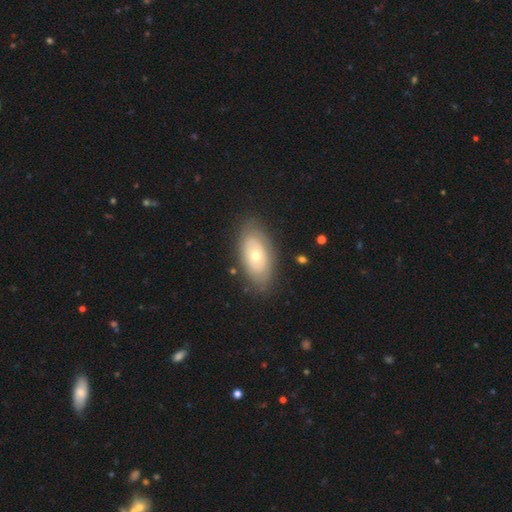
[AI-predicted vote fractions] smooth-or-featured: featured or disk: 48% | smooth: 46% | star or artifact: 6%
  merging: none: 80% | minor disturbance: 14% | major disturbance: 5% | merger: 2%